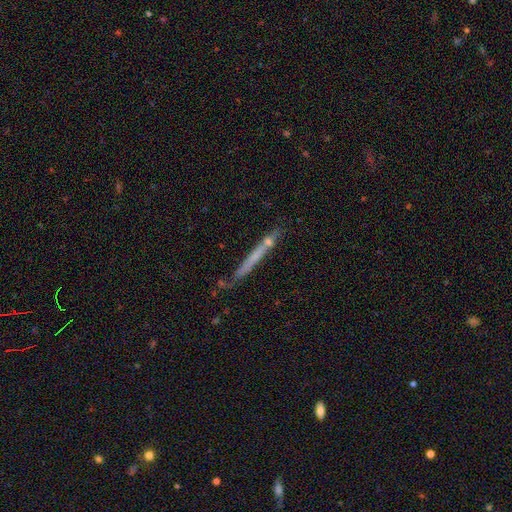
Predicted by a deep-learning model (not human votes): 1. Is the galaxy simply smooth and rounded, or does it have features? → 47% featured or disk, 44% smooth, 9% star or artifact.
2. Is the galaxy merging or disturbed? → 74% none, 16% minor disturbance, 6% merger, 4% major disturbance.